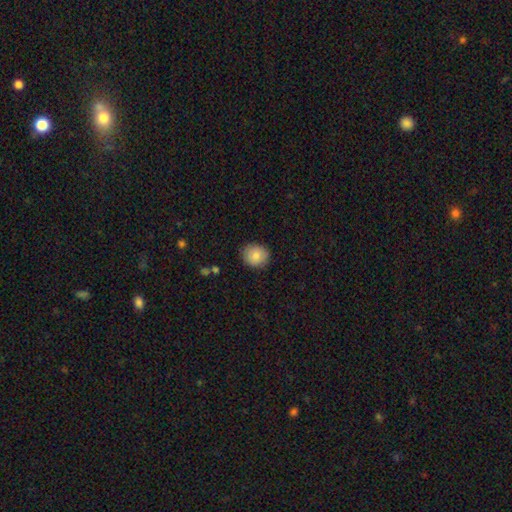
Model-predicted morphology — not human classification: smooth 84%, star or artifact 8%, featured or disk 8%. Down the decision tree: how rounded — round (78%); merging — none (87%).